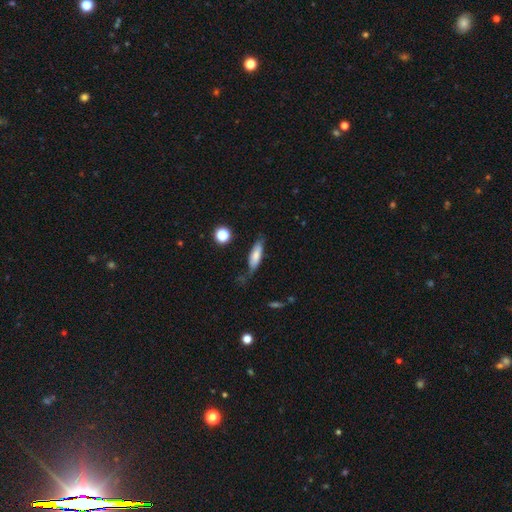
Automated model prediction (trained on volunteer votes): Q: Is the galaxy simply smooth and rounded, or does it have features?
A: smooth — 70%.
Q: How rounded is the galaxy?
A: cigar-shaped — 52%.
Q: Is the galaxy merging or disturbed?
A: none — 62%.